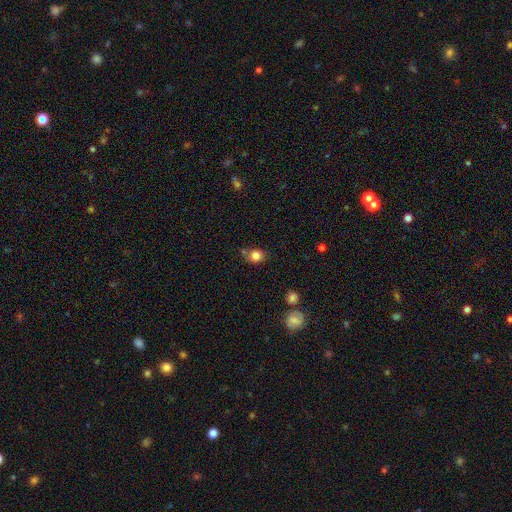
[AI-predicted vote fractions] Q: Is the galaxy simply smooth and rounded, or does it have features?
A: smooth — 82%.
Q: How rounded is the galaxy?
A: round — 68%.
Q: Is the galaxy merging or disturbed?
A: none — 69%.